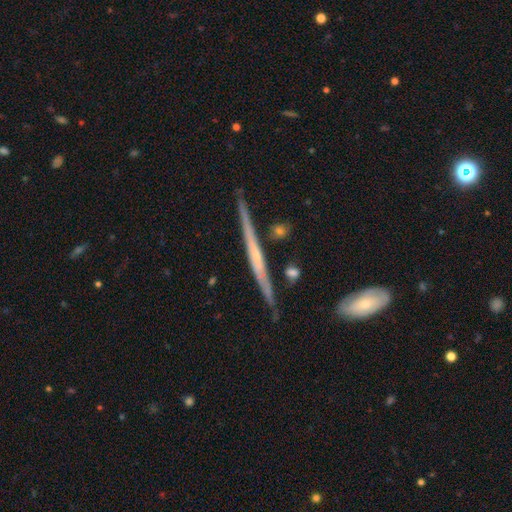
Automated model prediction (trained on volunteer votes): This appears to be a featured or disk galaxy (73%) viewed edge-on (97%) with no central bulge (58%). Merging: none (83%).